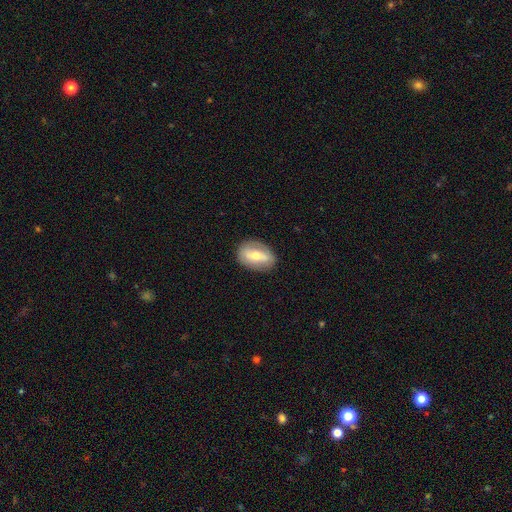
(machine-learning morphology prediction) Q: Smooth or featured?
A: smooth (49%); runner-up: featured or disk (44%)
Q: Merging?
A: none (83%); runner-up: minor disturbance (12%)